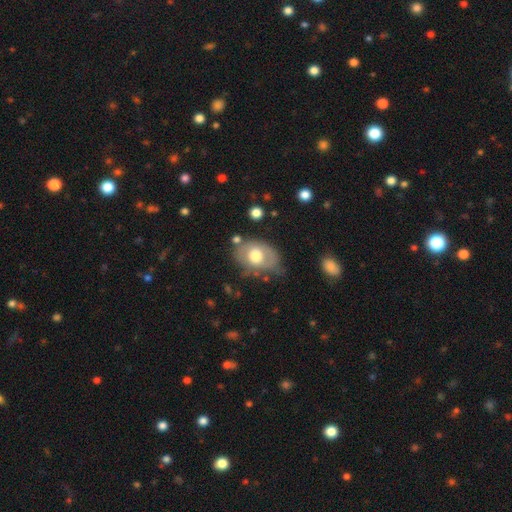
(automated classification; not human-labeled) The model was most divided on "merging": none: 49%, minor disturbance: 30%, major disturbance: 15%, merger: 6%. More confident: how rounded — in between (72%); smooth or featured — smooth (58%).